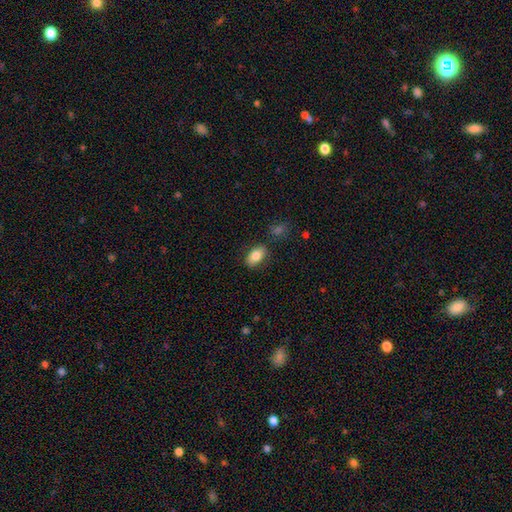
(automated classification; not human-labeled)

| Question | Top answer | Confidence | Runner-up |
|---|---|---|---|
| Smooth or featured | smooth | 83% | featured or disk (10%) |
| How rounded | in between | 92% | round (6%) |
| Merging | none | 82% | minor disturbance (12%) |